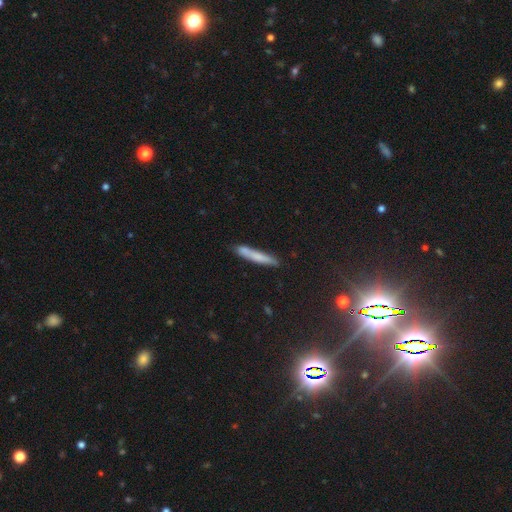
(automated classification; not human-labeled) smooth 69%, featured or disk 23%, star or artifact 8%. Down the decision tree: how rounded — cigar-shaped (94%); merging — none (82%).